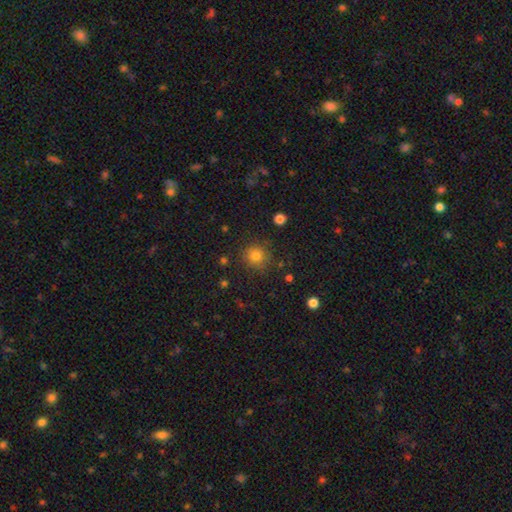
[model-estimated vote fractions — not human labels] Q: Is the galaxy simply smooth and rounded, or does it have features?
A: smooth — 80%.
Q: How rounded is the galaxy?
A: round — 91%.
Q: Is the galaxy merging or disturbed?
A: none — 83%.